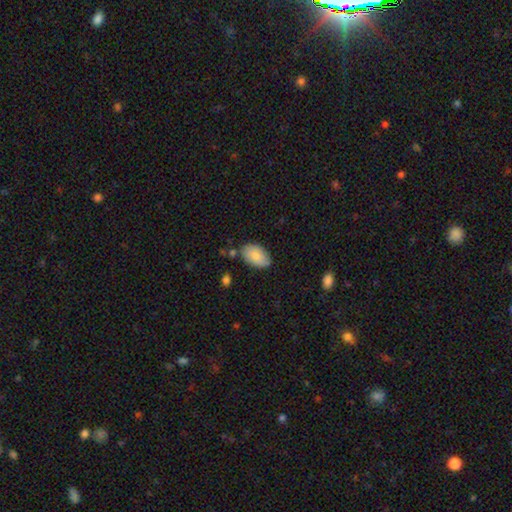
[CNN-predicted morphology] Smooth or featured: smooth — 83% (featured or disk — 12%)
How rounded: in between — 94% (round — 5%)
Merging: none — 77% (minor disturbance — 17%)